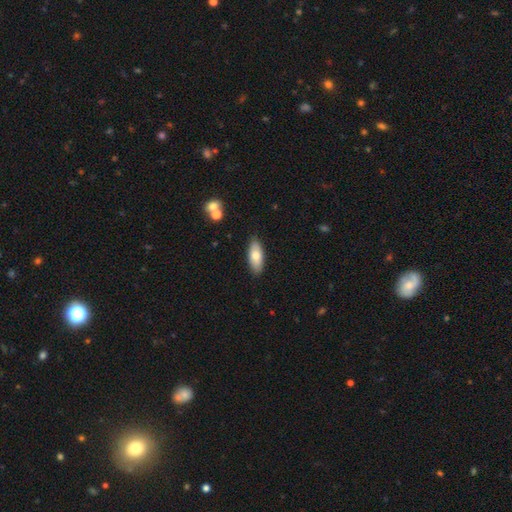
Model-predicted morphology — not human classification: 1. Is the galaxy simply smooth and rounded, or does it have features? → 73% smooth, 21% featured or disk, 6% star or artifact.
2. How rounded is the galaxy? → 79% in between, 19% cigar-shaped, 2% round.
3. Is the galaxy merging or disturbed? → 86% none, 10% minor disturbance, 2% major disturbance, 2% merger.